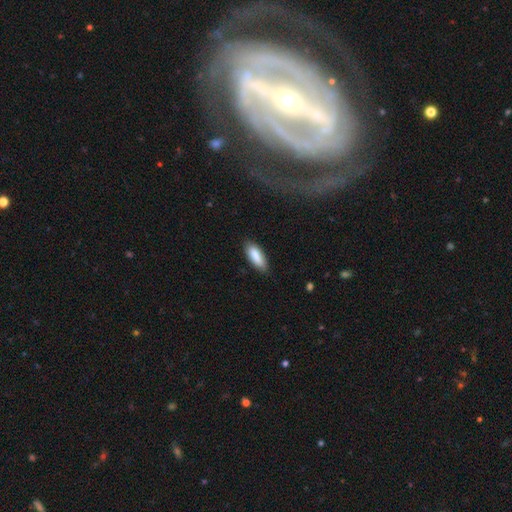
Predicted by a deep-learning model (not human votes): Smooth or featured?
  - smooth: 86% *
  - featured or disk: 8%
  - star or artifact: 6%
How rounded?
  - in between: 70% *
  - cigar-shaped: 29%
  - round: 2%
Merging?
  - none: 79% *
  - minor disturbance: 16%
  - major disturbance: 3%
  - merger: 1%